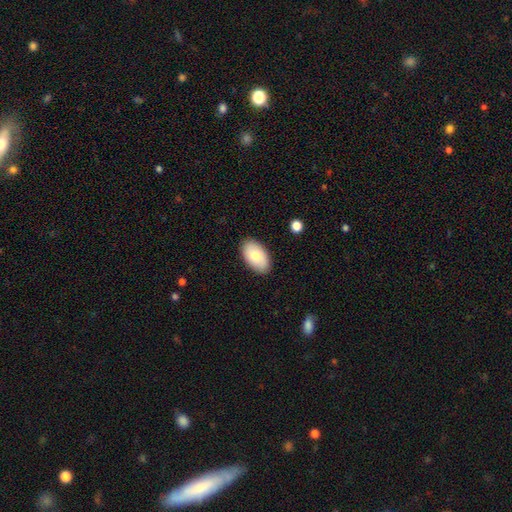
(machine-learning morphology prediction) Smooth or featured: smooth — 82% (featured or disk — 12%)
How rounded: in between — 95% (round — 4%)
Merging: none — 88% (minor disturbance — 9%)